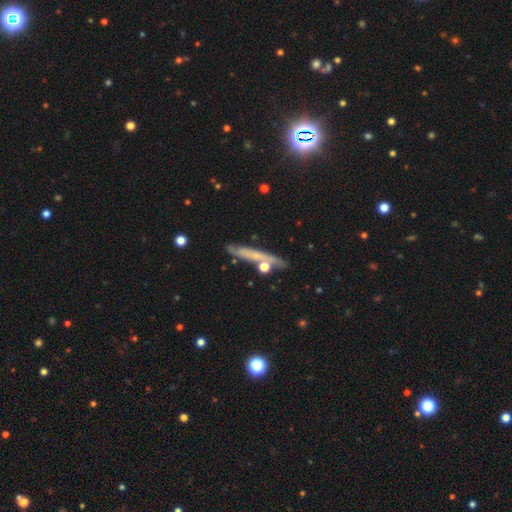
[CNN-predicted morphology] This is possibly a featured or disk galaxy (48%). Merging: likely none (73%).